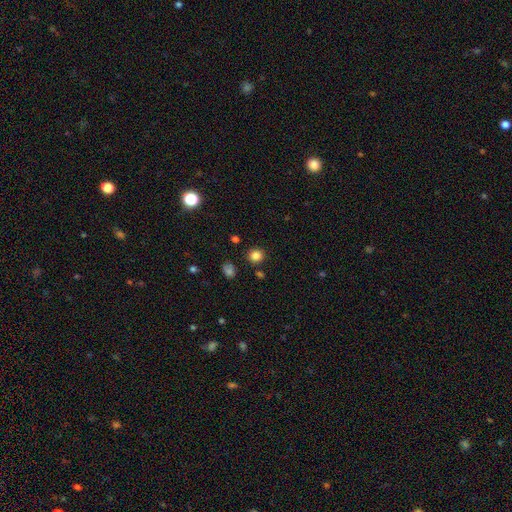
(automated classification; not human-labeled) smooth_or_featured: smooth (p=0.83) [alt: star or artifact p=0.13]
how_rounded: round (p=0.84) [alt: in between p=0.15]
merging: none (p=0.87) [alt: minor disturbance p=0.07]